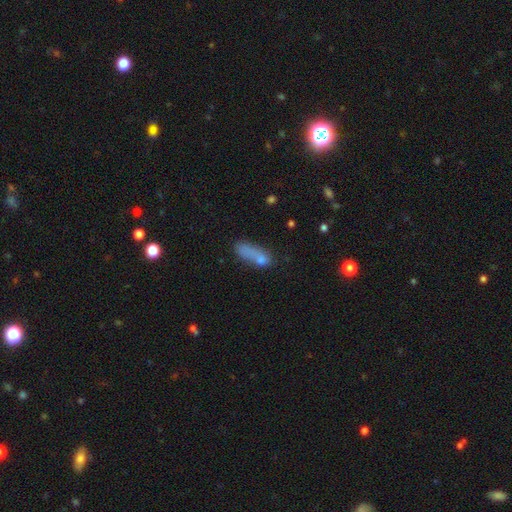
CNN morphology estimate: Smooth or featured: smooth — 68% (featured or disk — 17%)
How rounded: in between — 51% (cigar-shaped — 41%)
Merging: none — 36% (merger — 27%)